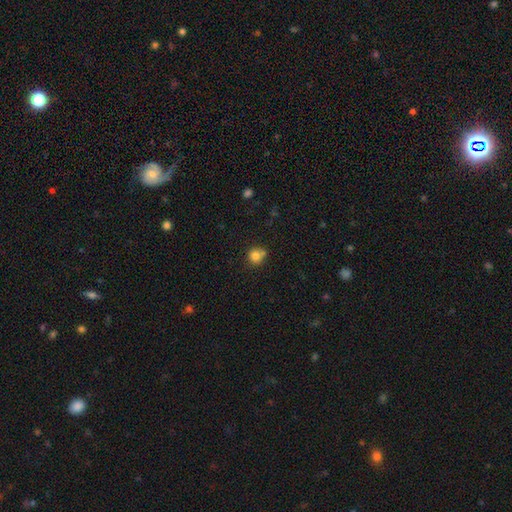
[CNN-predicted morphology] Smooth or featured? smooth (80%)
How rounded? round (86%)
Merging? none (58%)